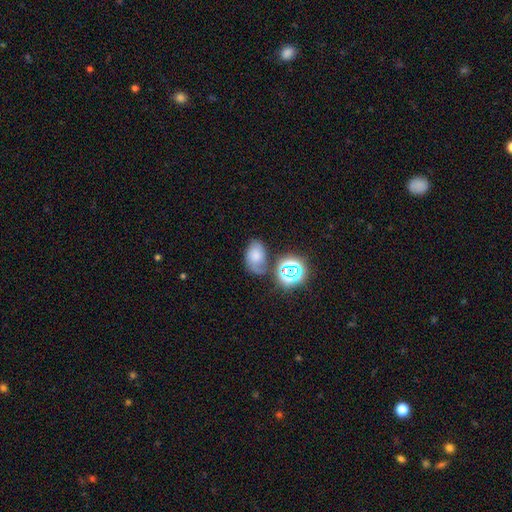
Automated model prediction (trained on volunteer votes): This appears to be a smooth galaxy with no disk features (48%). Merging: none (52%).